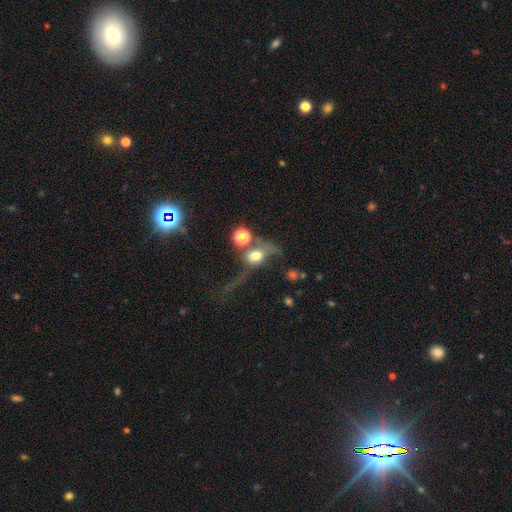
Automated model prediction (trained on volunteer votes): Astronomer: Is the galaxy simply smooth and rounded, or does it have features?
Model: smooth — 52% (runner-up: featured or disk, 34%).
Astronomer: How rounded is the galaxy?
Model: in between — 50% (runner-up: round, 45%).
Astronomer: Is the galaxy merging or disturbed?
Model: major disturbance — 39% (runner-up: merger, 25%).